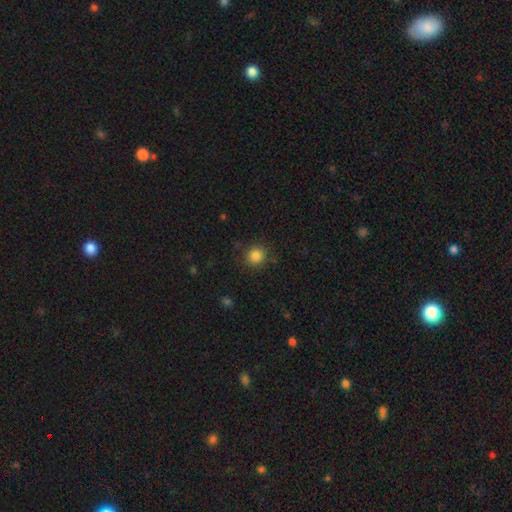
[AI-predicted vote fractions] smooth 85%, star or artifact 11%, featured or disk 4%. Down the decision tree: how rounded — round (88%); merging — none (87%).